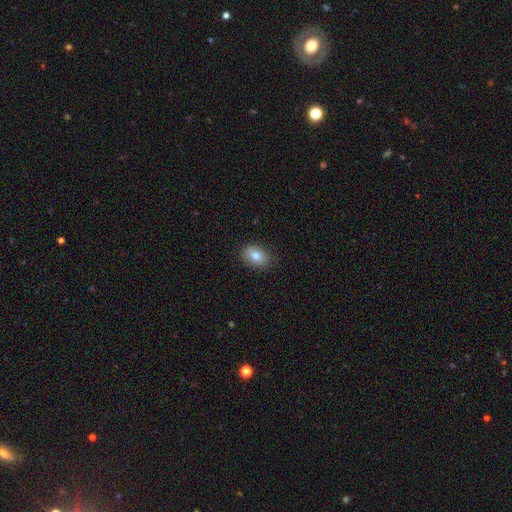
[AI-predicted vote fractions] smooth-or-featured: smooth: 79% | featured or disk: 12% | star or artifact: 9%
  how-rounded: in between: 78% | round: 21% | cigar-shaped: 1%
  merging: none: 85% | minor disturbance: 11% | major disturbance: 2% | merger: 1%